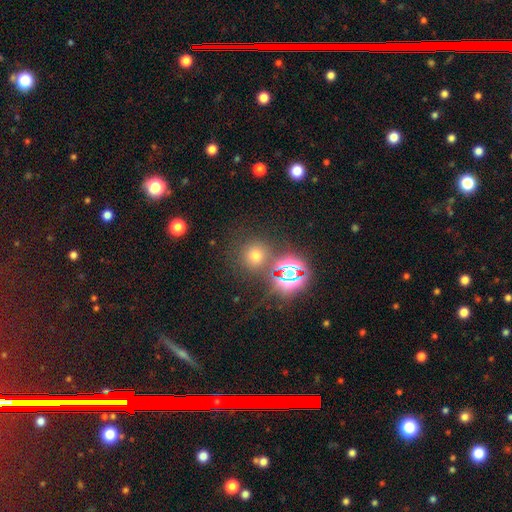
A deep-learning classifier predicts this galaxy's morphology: Smooth or featured: smooth — 57% (star or artifact — 34%)
How rounded: round — 90% (in between — 9%)
Merging: none — 77% (merger — 9%)